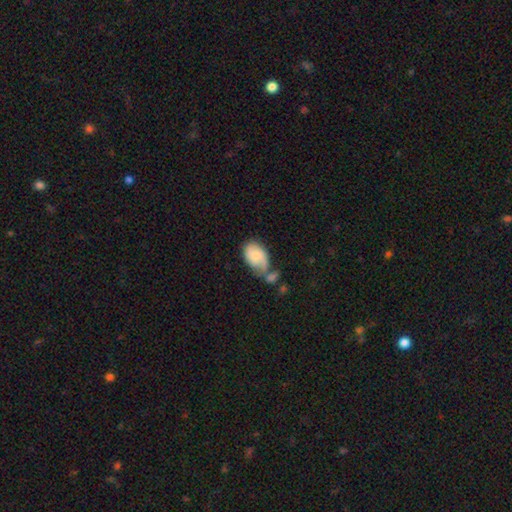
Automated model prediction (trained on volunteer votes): Smooth or featured: smooth — 63% (featured or disk — 30%)
How rounded: in between — 86% (round — 13%)
Merging: merger — 33% (none — 27%)